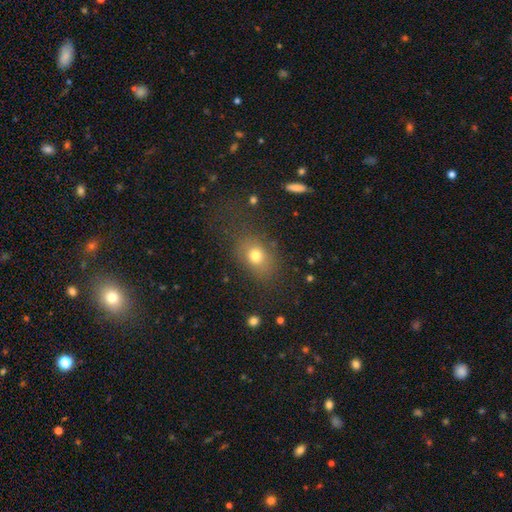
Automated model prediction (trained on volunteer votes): Smooth or featured: smooth — 75% (star or artifact — 13%)
How rounded: in between — 65% (round — 33%)
Merging: none — 70% (minor disturbance — 16%)